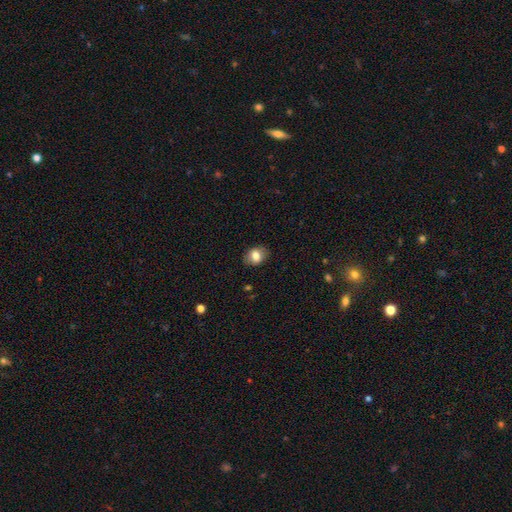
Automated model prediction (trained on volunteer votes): A smooth galaxy with no disk features (79%) that is in between round and cigar-shaped (64%).

Vote fractions:
- Smooth or featured? smooth: 79% / featured or disk: 13% / star or artifact: 8%
- How rounded? in between: 64% / round: 35% / cigar-shaped: 1%
- Merging? none: 84% / minor disturbance: 12% / major disturbance: 3% / merger: 1%